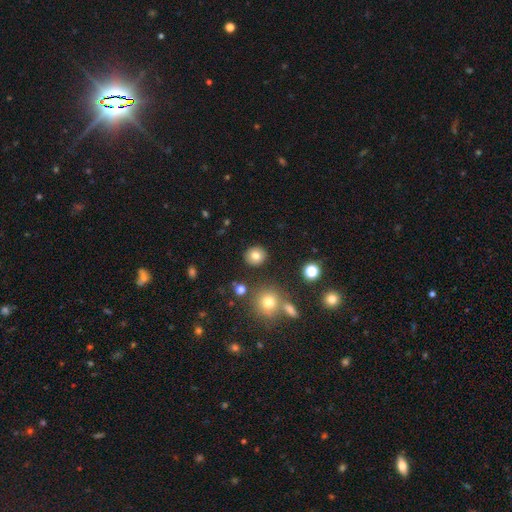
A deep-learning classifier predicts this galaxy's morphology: This appears to be a smooth galaxy with no disk features (79%) that is round (87%). Merging: none (88%).